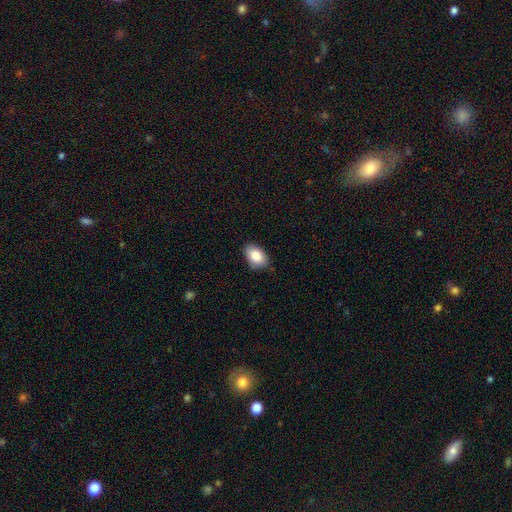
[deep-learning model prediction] smooth_or_featured: smooth (p=0.85) [alt: featured or disk p=0.08]
how_rounded: in between (p=0.89) [alt: round p=0.10]
merging: none (p=0.83) [alt: minor disturbance p=0.13]